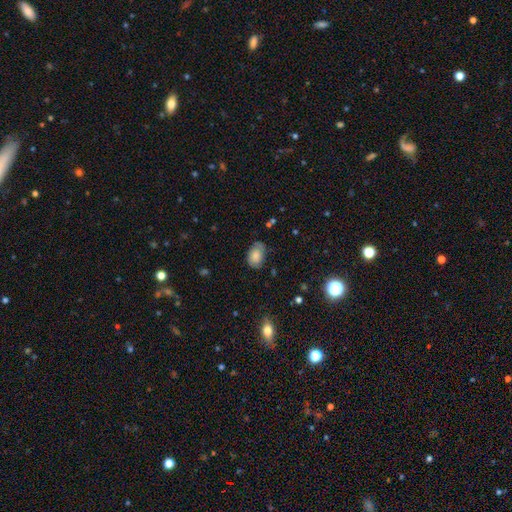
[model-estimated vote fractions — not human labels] A smooth galaxy with no disk features (74%) that is in between round and cigar-shaped (86%).

Vote fractions:
- Smooth or featured? smooth: 74% / featured or disk: 17% / star or artifact: 9%
- How rounded? in between: 86% / round: 13% / cigar-shaped: 1%
- Merging? none: 64% / minor disturbance: 27% / major disturbance: 7% / merger: 2%